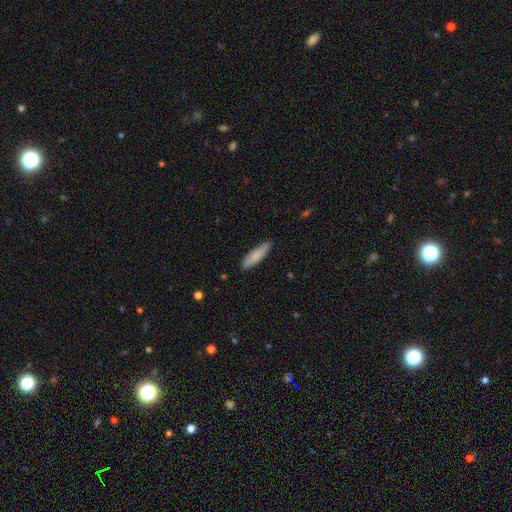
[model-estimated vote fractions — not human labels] smooth_or_featured: smooth (p=0.83) [alt: featured or disk p=0.11]
how_rounded: cigar-shaped (p=0.68) [alt: in between p=0.31]
merging: none (p=0.85) [alt: minor disturbance p=0.12]